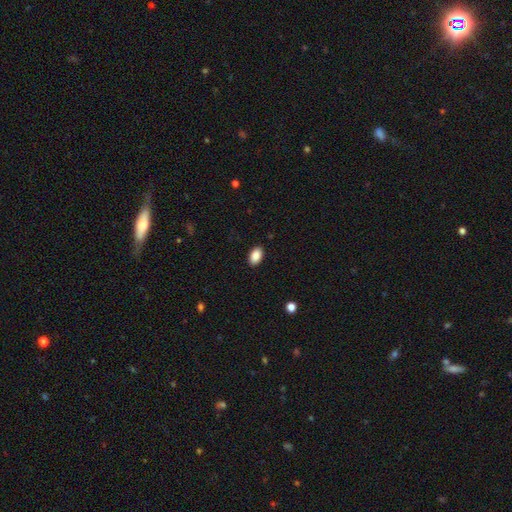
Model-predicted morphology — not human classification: The model was most divided on "merging": none: 89%, minor disturbance: 8%, major disturbance: 2%, merger: 1%. More confident: how rounded — in between (92%); smooth or featured — smooth (89%).